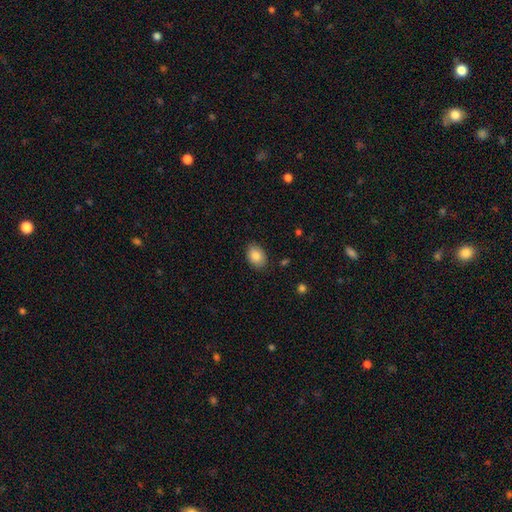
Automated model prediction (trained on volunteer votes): Smooth or featured? smooth (87%)
How rounded? in between (80%)
Merging? none (86%)